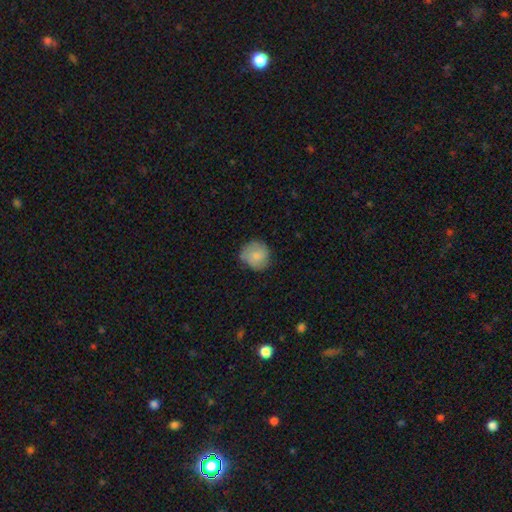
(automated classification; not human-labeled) Smooth or featured: smooth — 78% (featured or disk — 15%)
How rounded: round — 88% (in between — 12%)
Merging: none — 68% (minor disturbance — 25%)